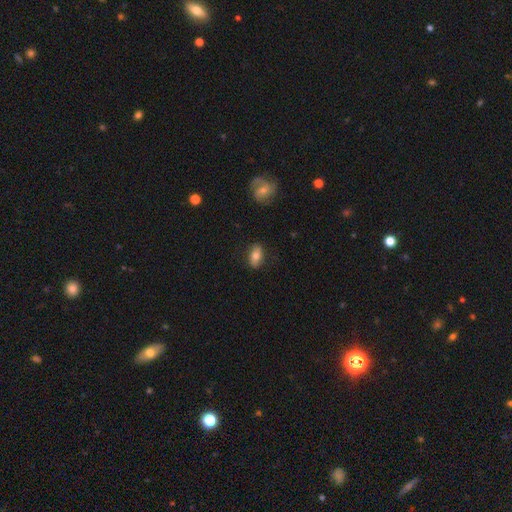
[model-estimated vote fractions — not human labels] smooth_or_featured: smooth (p=0.73) [alt: featured or disk p=0.19]
how_rounded: in between (p=0.86) [alt: round p=0.08]
merging: none (p=0.83) [alt: minor disturbance p=0.12]